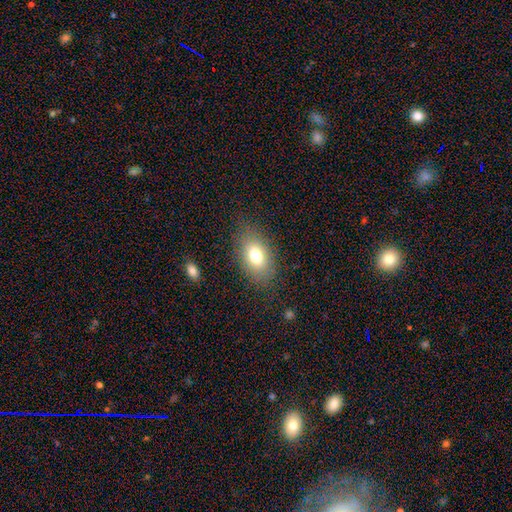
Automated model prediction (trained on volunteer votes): A smooth galaxy with no disk features (75%) that is in between round and cigar-shaped (86%).

Vote fractions:
- Smooth or featured? smooth: 75% / featured or disk: 15% / star or artifact: 10%
- How rounded? in between: 86% / round: 12% / cigar-shaped: 2%
- Merging? none: 80% / minor disturbance: 13% / major disturbance: 5% / merger: 1%